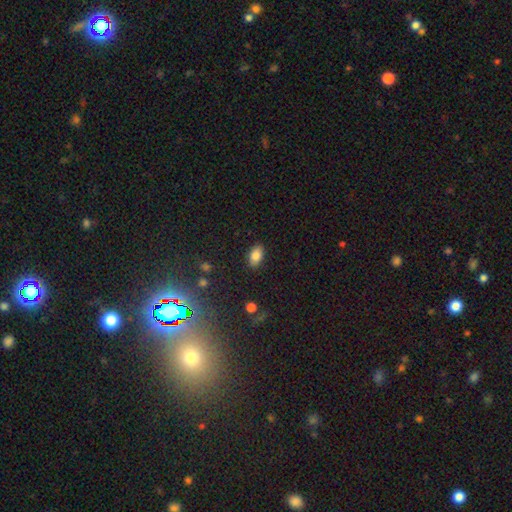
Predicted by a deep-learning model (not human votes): This is clearly a smooth galaxy (84%). How rounded: clearly in between (90%). Merging: clearly none (87%).